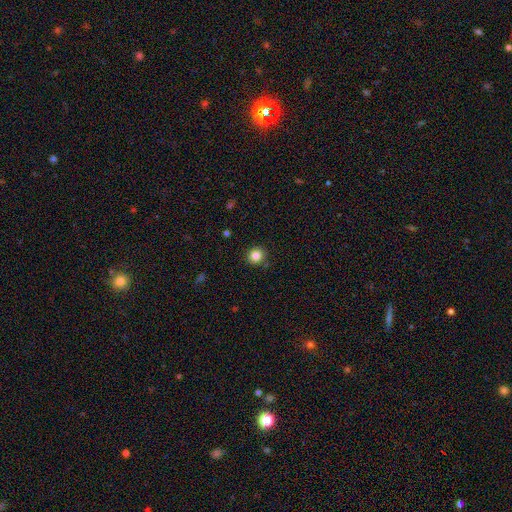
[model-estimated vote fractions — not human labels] A smooth galaxy with no disk features (84%) that is round (92%). Merging: none (90%).